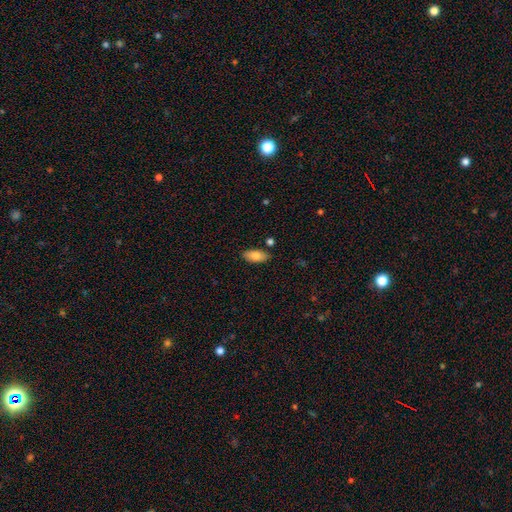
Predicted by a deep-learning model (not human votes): Overall: smooth (79%). How rounded: in between (89%). Merging: none (83%).